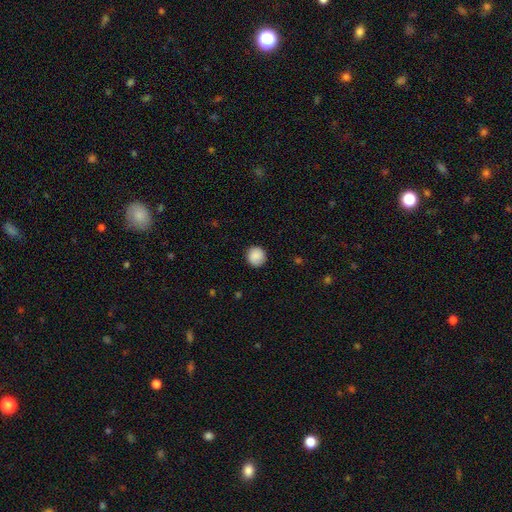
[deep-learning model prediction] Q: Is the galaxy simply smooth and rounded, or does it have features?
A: smooth — 89%.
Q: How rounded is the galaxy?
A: round — 94%.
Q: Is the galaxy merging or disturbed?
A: none — 90%.